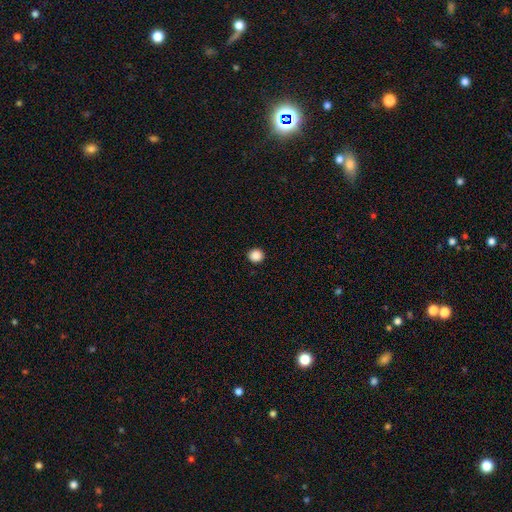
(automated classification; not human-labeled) Smooth or featured? smooth (88%)
How rounded? round (93%)
Merging? none (93%)